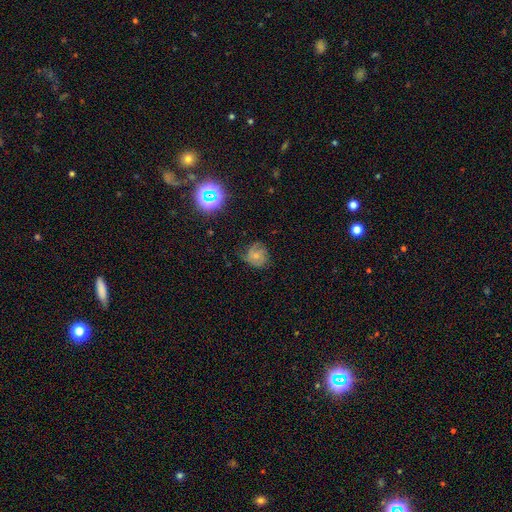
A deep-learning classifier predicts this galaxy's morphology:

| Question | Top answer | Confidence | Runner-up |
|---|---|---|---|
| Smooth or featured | featured or disk | 51% | smooth (36%) |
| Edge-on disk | no | 97% | yes (3%) |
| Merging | none | 56% | minor disturbance (28%) |